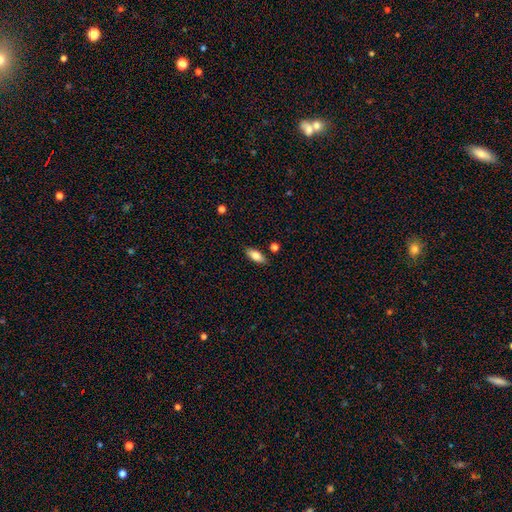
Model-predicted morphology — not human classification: Smooth or featured? smooth (79%)
How rounded? in between (79%)
Merging? none (84%)